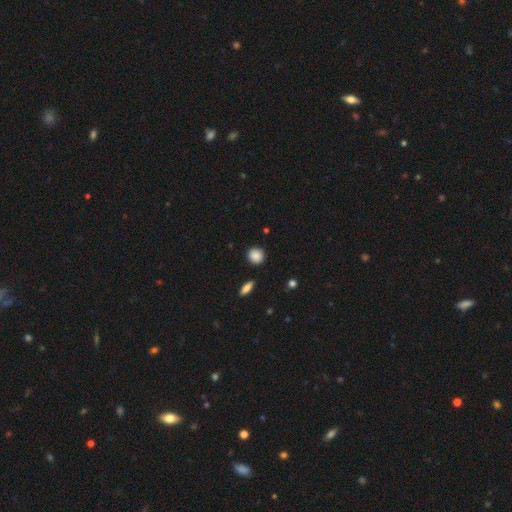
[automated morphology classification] A smooth galaxy with no disk features (88%) that is round (86%). Merging: none (89%).